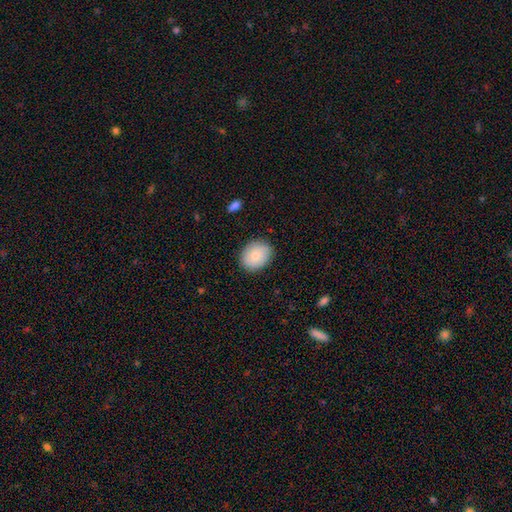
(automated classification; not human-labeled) Morphology: type=smooth (84%); roundness=in between (55%); merging=none (86%).